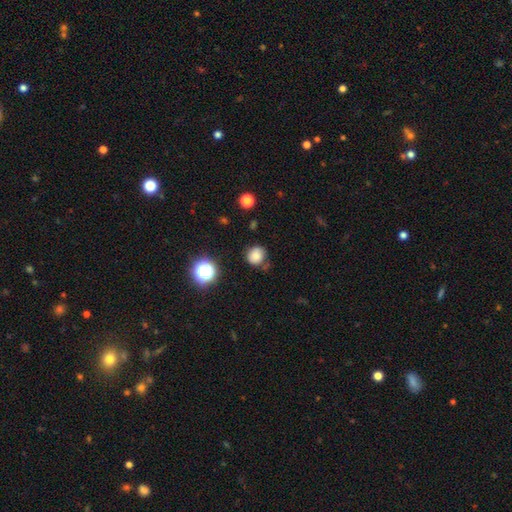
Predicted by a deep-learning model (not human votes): This appears to be a smooth galaxy with no disk features (79%) that is round (85%). Merging: none (73%).